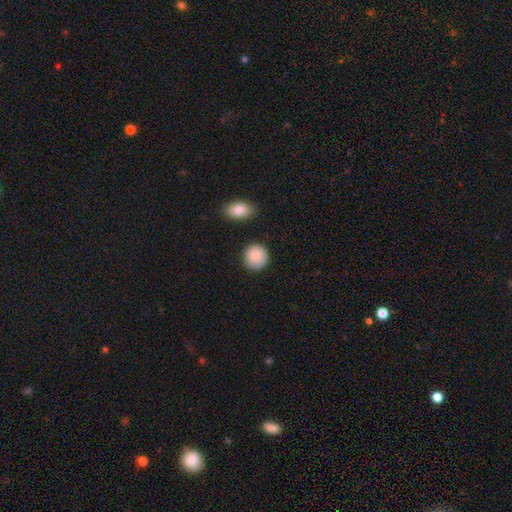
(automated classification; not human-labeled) The model was most divided on "merging": none: 85%, minor disturbance: 10%, major disturbance: 3%, merger: 2%. More confident: smooth or featured — smooth (89%); how rounded — round (87%).